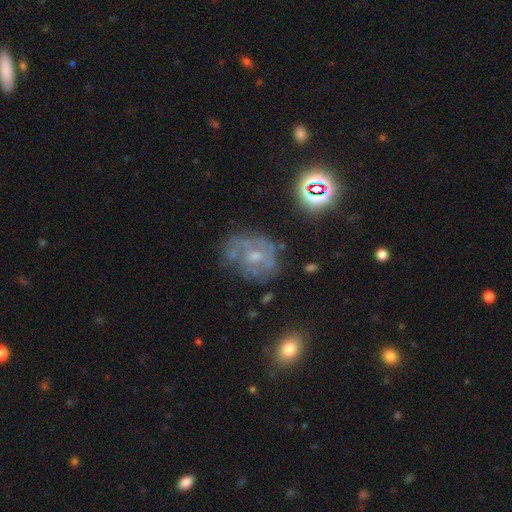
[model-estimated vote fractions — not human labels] Smooth or featured: featured or disk — 66% (smooth — 19%)
Edge-on disk: no — 97% (yes — 3%)
Bar: no — 73% (weak — 23%)
Spiral arms: yes — 58% (no — 42%)
Bulge size: small — 46% (moderate — 41%)
Merging: none — 53% (minor disturbance — 22%)